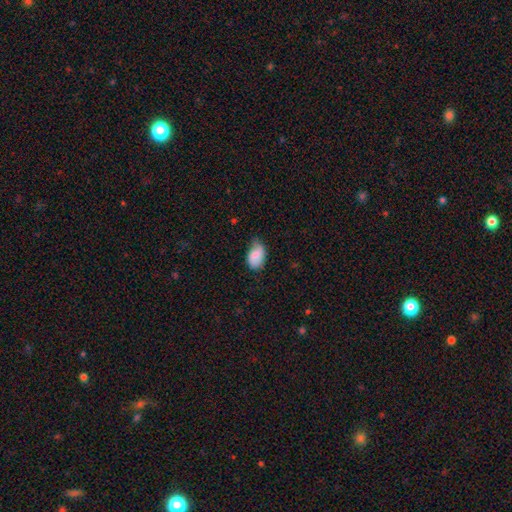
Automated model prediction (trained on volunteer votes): smooth 81%, featured or disk 12%, star or artifact 7%. Down the decision tree: how rounded — in between (90%); merging — none (49%).